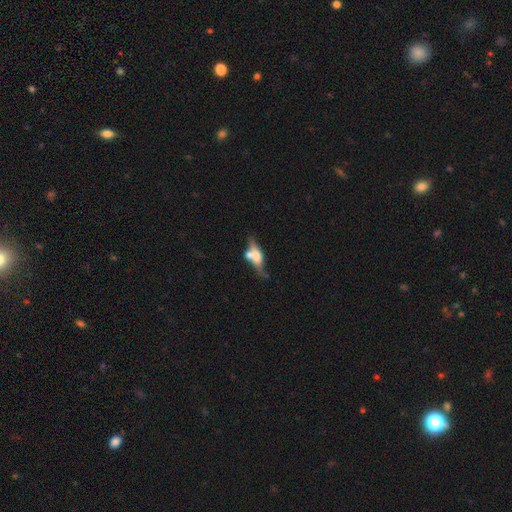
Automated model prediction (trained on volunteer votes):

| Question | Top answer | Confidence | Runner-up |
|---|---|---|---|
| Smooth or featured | featured or disk | 53% | smooth (39%) |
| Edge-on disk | yes | 75% | no (25%) |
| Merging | none | 43% | merger (30%) |